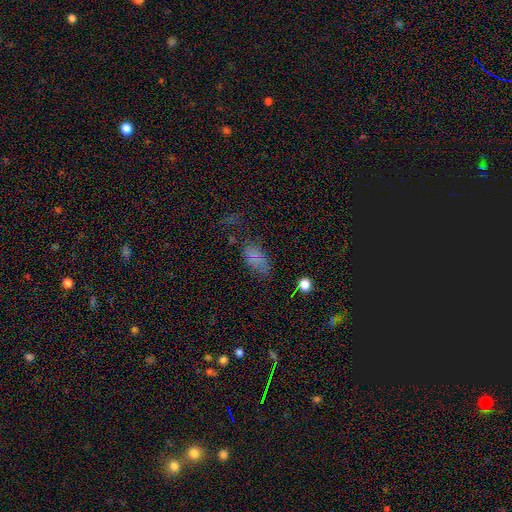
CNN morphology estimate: This appears to be a smooth galaxy with no disk features (68%) that is in between round and cigar-shaped (85%). Merging: none (50%).